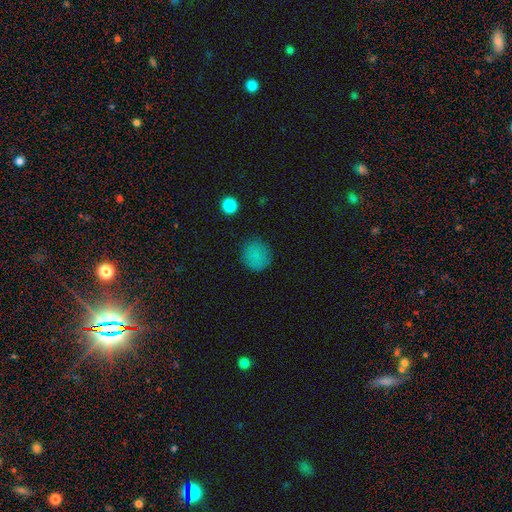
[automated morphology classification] Smooth or featured: smooth — 82% (star or artifact — 13%)
How rounded: round — 88% (in between — 11%)
Merging: none — 83% (minor disturbance — 12%)